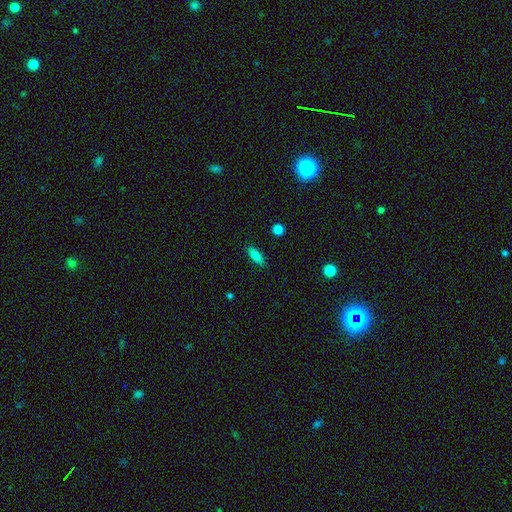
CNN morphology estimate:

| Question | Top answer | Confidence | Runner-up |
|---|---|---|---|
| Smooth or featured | smooth | 83% | featured or disk (8%) |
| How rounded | in between | 64% | cigar-shaped (33%) |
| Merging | none | 86% | minor disturbance (10%) |